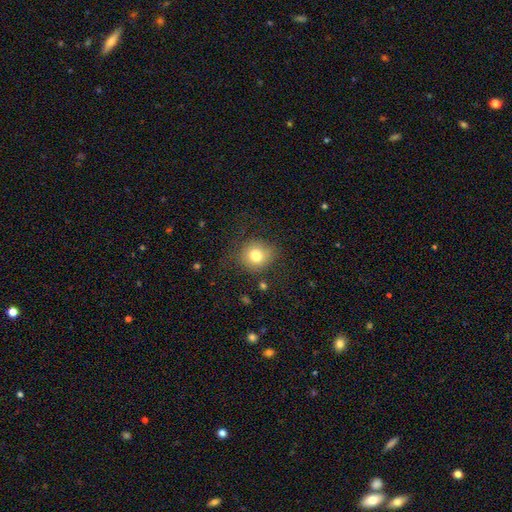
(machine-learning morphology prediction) This is likely a smooth galaxy (77%). How rounded: clearly round (84%). Merging: likely none (75%).